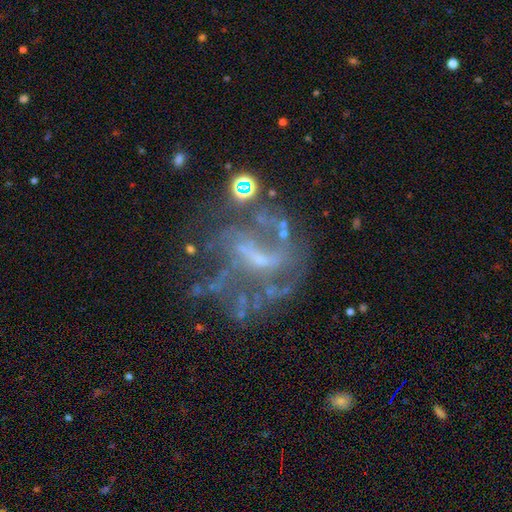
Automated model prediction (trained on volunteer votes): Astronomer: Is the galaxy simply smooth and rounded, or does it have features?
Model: featured or disk — 74%.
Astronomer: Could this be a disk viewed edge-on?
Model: no — 97%.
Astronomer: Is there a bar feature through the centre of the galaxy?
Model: weak — 42% (runner-up: no, 36%).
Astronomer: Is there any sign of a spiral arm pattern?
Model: yes — 57% (runner-up: no, 43%).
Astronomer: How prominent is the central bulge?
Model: small — 43% (runner-up: none, 38%).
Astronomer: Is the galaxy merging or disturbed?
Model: none — 45% (runner-up: major disturbance, 29%).